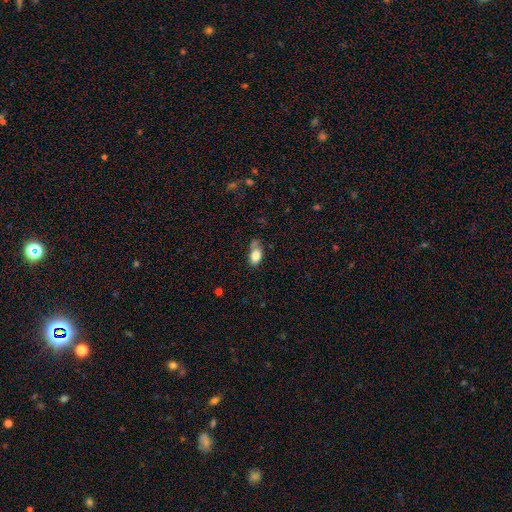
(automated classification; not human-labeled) Morphology: type=smooth (81%); roundness=in between (90%); merging=none (49%).